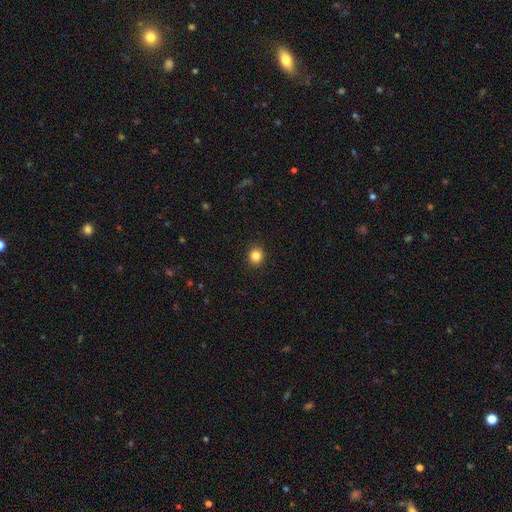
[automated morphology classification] The model was most divided on "smooth or featured": smooth: 84%, star or artifact: 11%, featured or disk: 4%. More confident: merging — none (92%); how rounded — round (88%).